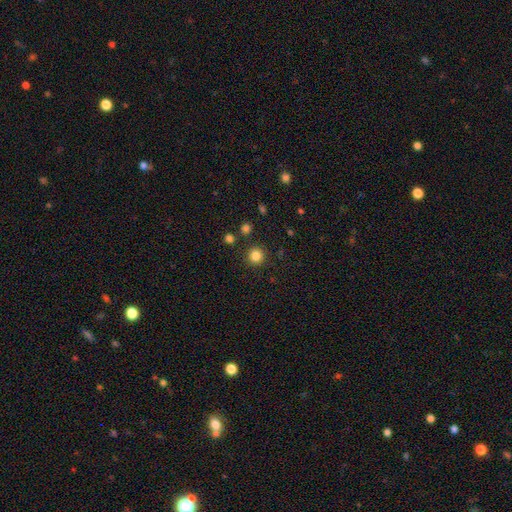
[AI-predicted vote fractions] Overall: smooth (84%). How rounded: round (94%). Merging: none (90%).